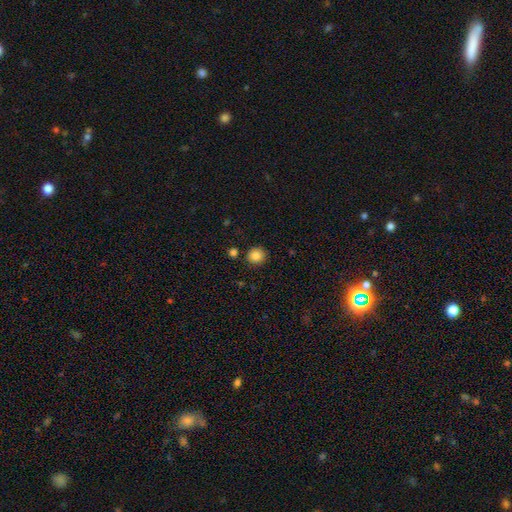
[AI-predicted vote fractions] Q: Smooth or featured?
A: smooth (85%); runner-up: star or artifact (10%)
Q: How rounded?
A: round (88%); runner-up: in between (11%)
Q: Merging?
A: none (87%); runner-up: minor disturbance (7%)